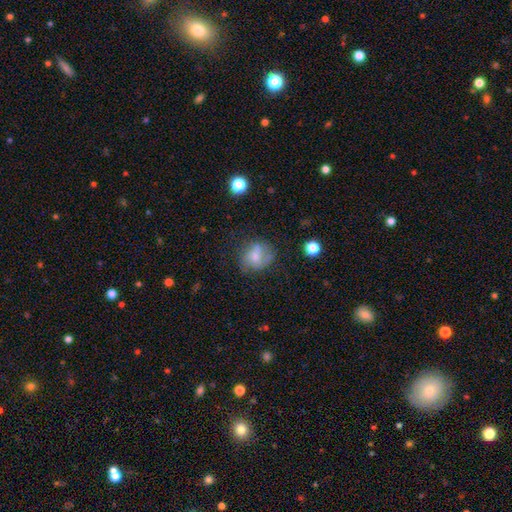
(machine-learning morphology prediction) Overall: smooth (57%; featured or disk 33%). How rounded: round (61%; in between 37%). Merging: none (53%; minor disturbance 26%).